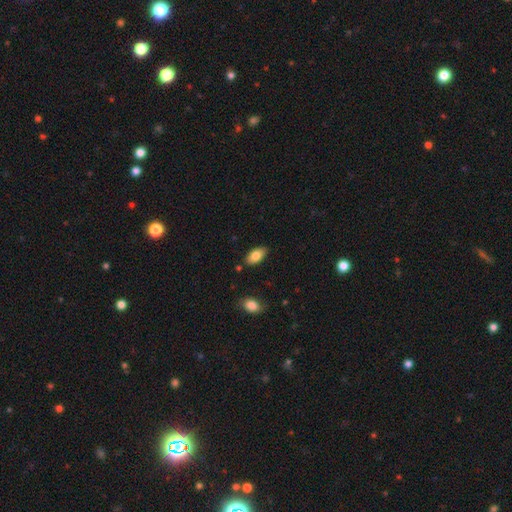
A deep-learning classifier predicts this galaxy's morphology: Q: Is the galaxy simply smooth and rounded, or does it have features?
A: smooth — 83%.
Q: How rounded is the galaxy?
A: in between — 93%.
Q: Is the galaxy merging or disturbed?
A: none — 84%.